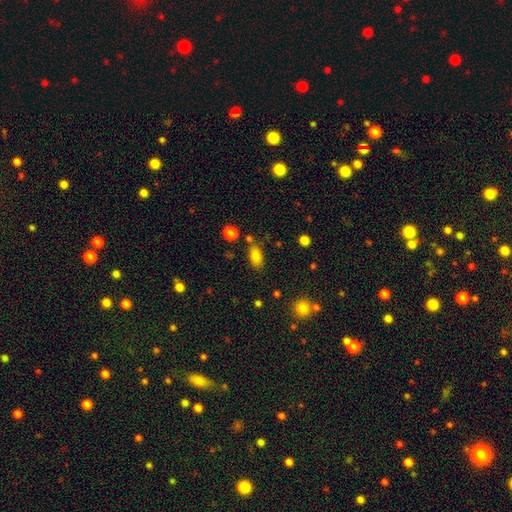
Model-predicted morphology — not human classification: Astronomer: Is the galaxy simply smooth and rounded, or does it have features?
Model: smooth — 83%.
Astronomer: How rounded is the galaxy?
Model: in between — 87%.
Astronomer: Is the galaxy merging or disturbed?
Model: none — 73%.